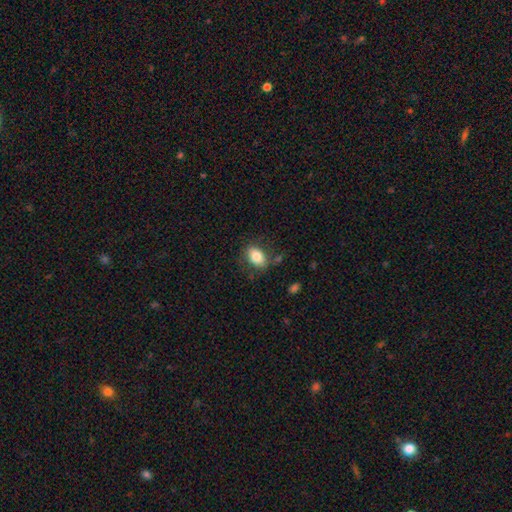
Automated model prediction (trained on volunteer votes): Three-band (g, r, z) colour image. It shows a smooth galaxy with no disk features (81%) that is in between round and cigar-shaped (83%). Merging: none (75%).